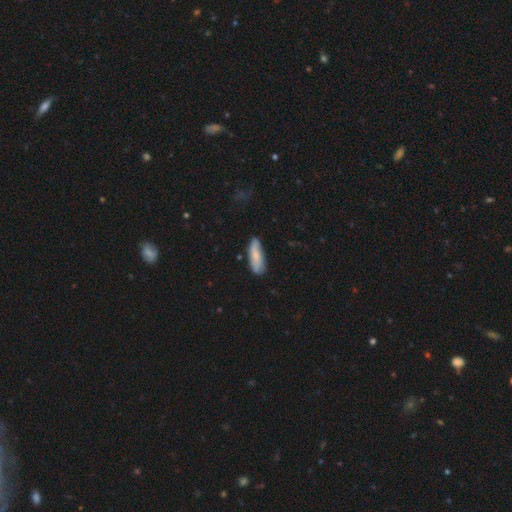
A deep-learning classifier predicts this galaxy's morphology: Smooth or featured? Predicted: smooth (p=0.76). How rounded? Predicted: cigar-shaped (p=0.50). Merging? Predicted: none (p=0.71).